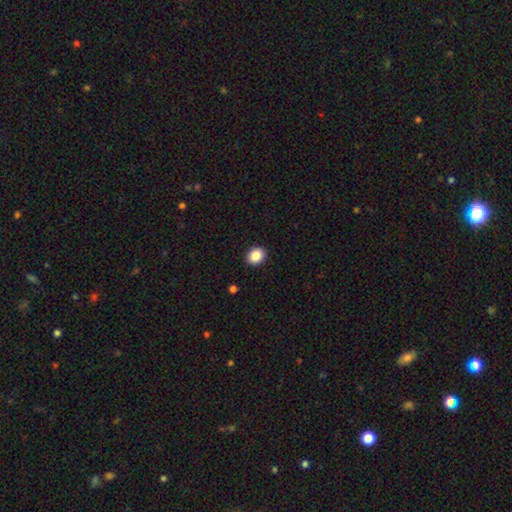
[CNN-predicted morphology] Smooth or featured: smooth — 87% (star or artifact — 9%)
How rounded: round — 54% (in between — 45%)
Merging: none — 91% (minor disturbance — 6%)